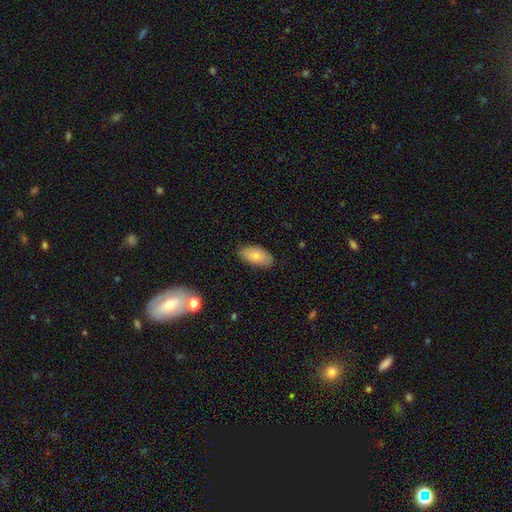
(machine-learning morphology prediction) type=smooth (76%); roundness=in between (93%); merging=none (84%).